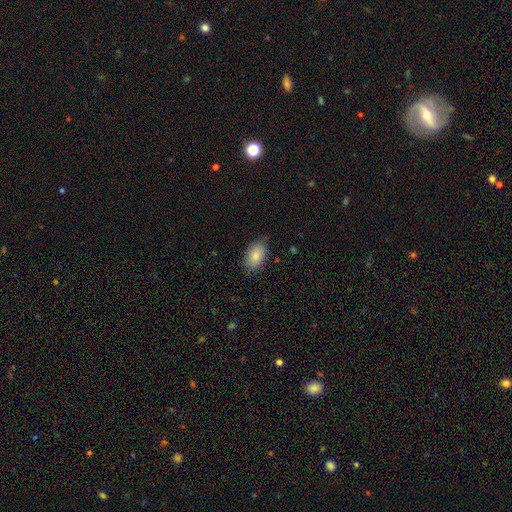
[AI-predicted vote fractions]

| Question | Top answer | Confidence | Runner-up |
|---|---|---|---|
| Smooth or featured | smooth | 85% | featured or disk (9%) |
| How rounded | in between | 91% | round (7%) |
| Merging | none | 78% | minor disturbance (18%) |